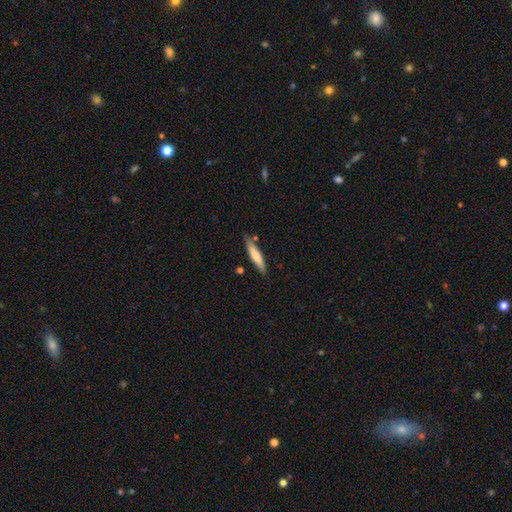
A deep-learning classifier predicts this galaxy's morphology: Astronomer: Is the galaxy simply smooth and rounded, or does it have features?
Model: smooth — 71%.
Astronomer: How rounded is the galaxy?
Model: cigar-shaped — 88%.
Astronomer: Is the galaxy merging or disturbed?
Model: none — 82%.